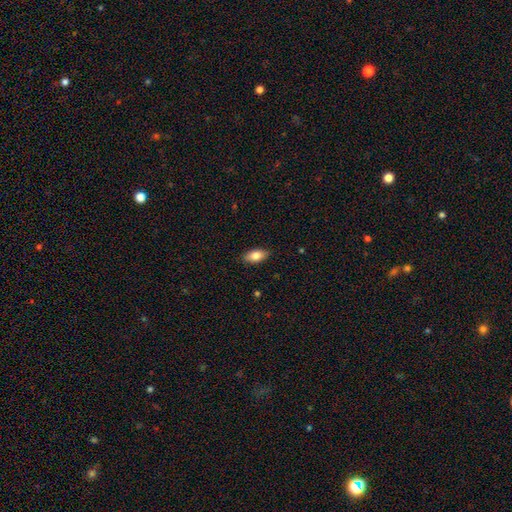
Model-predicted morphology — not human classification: Overall: smooth (82%). How rounded: in between (89%). Merging: none (88%).